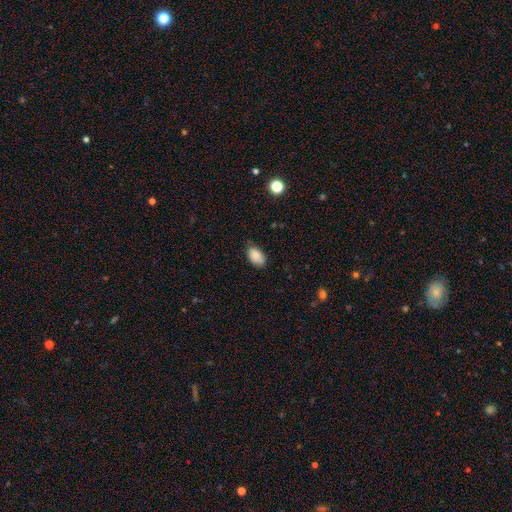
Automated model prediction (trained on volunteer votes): Smooth or featured?
  - smooth: 86% *
  - star or artifact: 7%
  - featured or disk: 6%
How rounded?
  - in between: 92% *
  - round: 6%
  - cigar-shaped: 1%
Merging?
  - none: 75% *
  - minor disturbance: 20%
  - major disturbance: 3%
  - merger: 1%